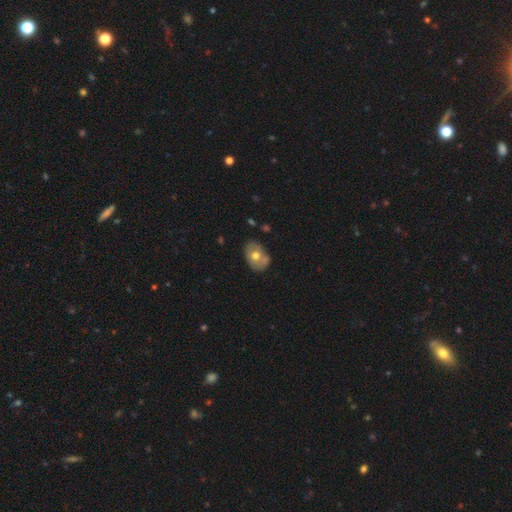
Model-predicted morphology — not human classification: Smooth or featured? smooth (58%)
How rounded? in between (78%)
Merging? none (71%)